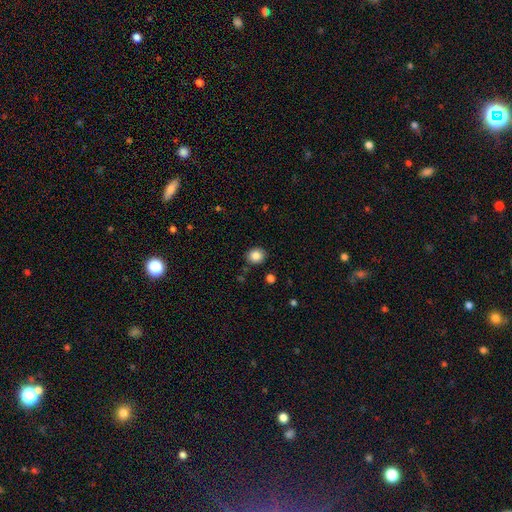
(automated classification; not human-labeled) The model was most divided on "how rounded": round: 76%, in between: 23%, cigar-shaped: 1%. More confident: merging — none (87%); smooth or featured — smooth (86%).